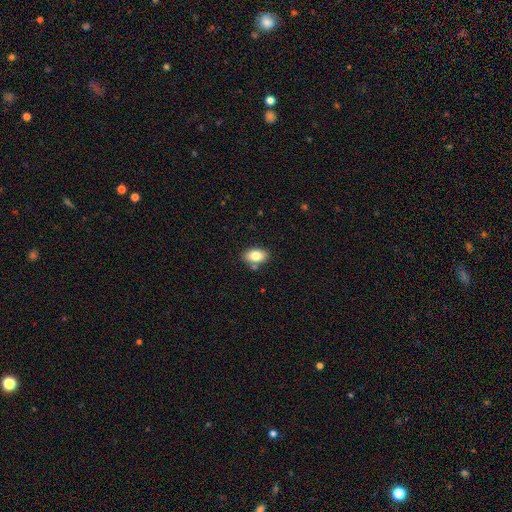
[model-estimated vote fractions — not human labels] smooth_or_featured: smooth (p=0.82) [alt: featured or disk p=0.10]
how_rounded: in between (p=0.88) [alt: round p=0.10]
merging: none (p=0.78) [alt: minor disturbance p=0.12]